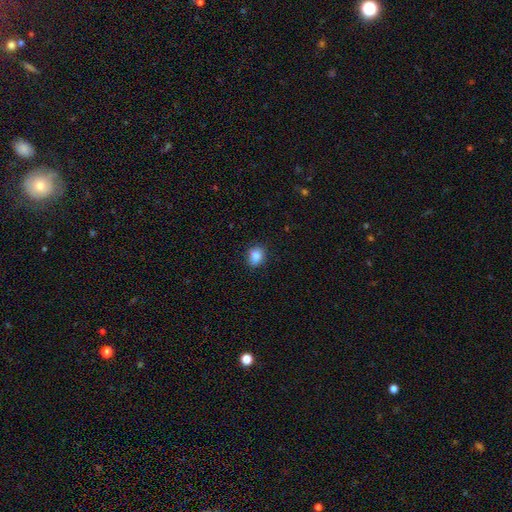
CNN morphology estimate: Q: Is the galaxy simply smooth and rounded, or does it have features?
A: smooth — 82%.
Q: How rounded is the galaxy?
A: round — 56%.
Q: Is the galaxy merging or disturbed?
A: none — 78%.